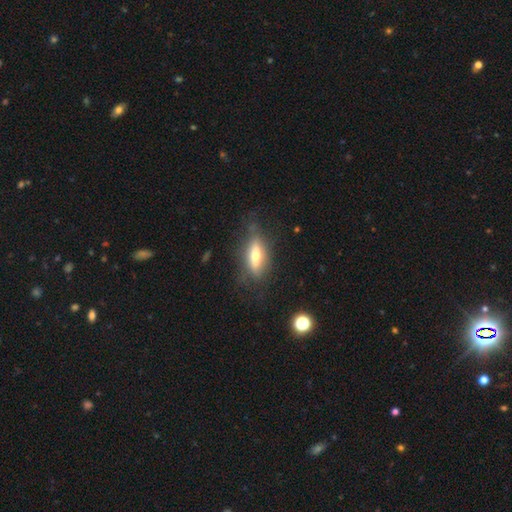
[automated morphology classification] This is possibly a featured or disk galaxy (47%). Merging: likely none (67%).